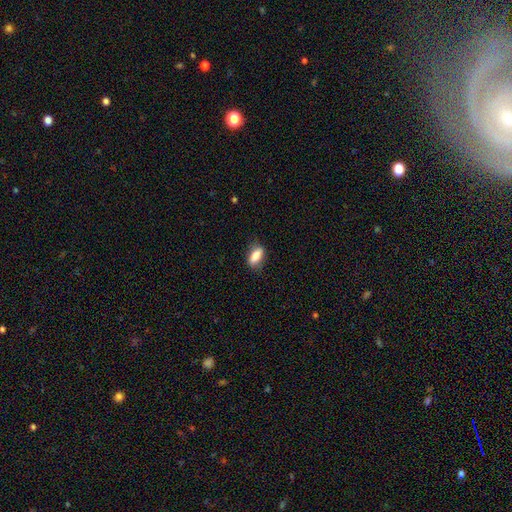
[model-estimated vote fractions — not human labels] Morphology: type=smooth (83%); roundness=in between (79%); merging=none (78%).